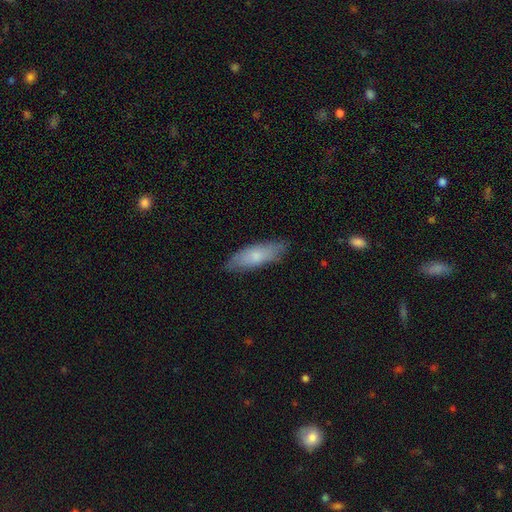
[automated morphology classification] The model was most divided on "how rounded": in between: 55%, cigar-shaped: 43%, round: 2%. More confident: merging — none (79%); smooth or featured — smooth (71%).